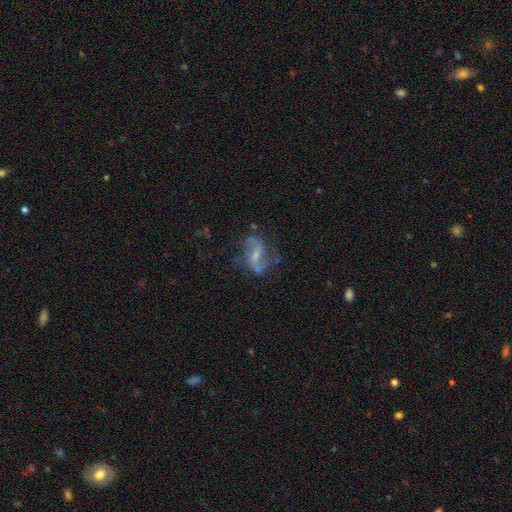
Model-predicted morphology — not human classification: smooth_or_featured: featured or disk (p=0.79) [alt: smooth p=0.12]
disk_edge_on: no (p=0.96) [alt: yes p=0.04]
bar: weak (p=0.45) [alt: strong p=0.34]
has_spiral_arms: yes (p=0.87) [alt: no p=0.13]
spiral_winding: loose (p=0.67) [alt: medium p=0.26]
spiral_arm_count: 2 (p=0.87) [alt: can't tell p=0.06]
bulge_size: small (p=0.51) [alt: moderate p=0.24]
merging: none (p=0.60) [alt: minor disturbance p=0.19]